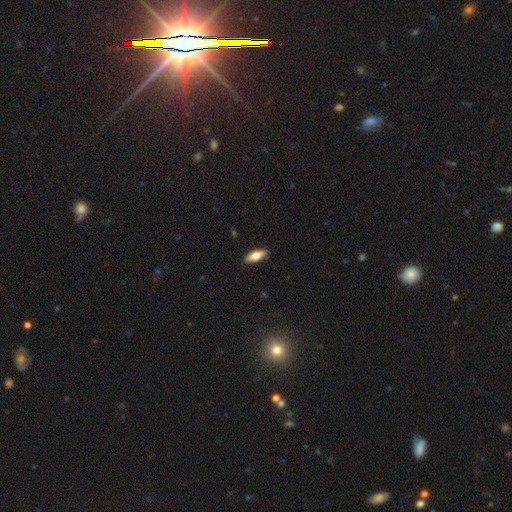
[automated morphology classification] Overall: smooth (68%). How rounded: in between (66%; cigar-shaped 31%). Merging: none (88%).